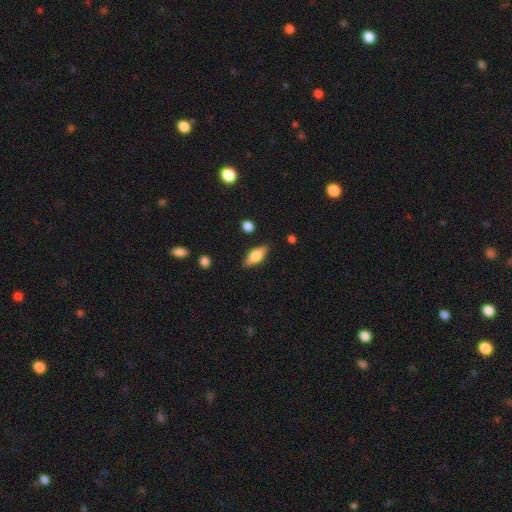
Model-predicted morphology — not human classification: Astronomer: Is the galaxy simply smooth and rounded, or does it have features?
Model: smooth — 57% (runner-up: featured or disk, 35%).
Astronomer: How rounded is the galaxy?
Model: in between — 72%.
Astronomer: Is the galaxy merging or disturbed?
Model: none — 84%.